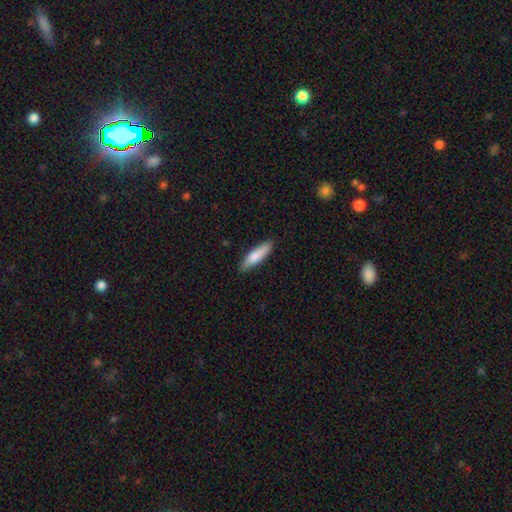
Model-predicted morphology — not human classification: Smooth or featured? smooth (79%)
How rounded? cigar-shaped (67%)
Merging? none (86%)